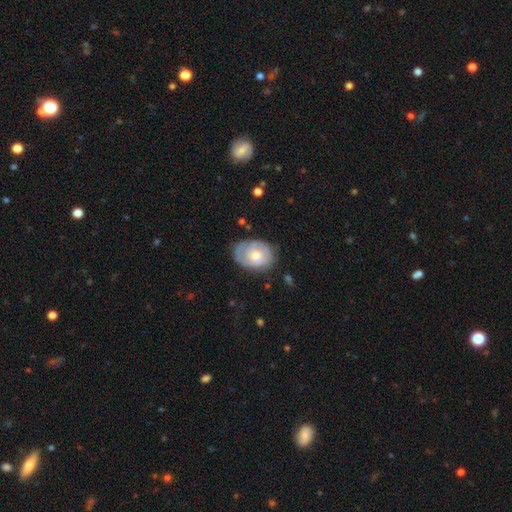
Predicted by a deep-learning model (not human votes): Smooth or featured? Predicted: smooth (p=0.51). How rounded? Predicted: in between (p=0.69). Merging? Predicted: none (p=0.65).